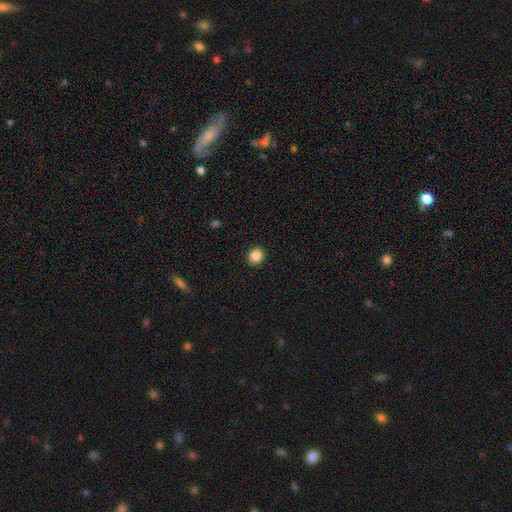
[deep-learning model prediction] Smooth or featured: smooth — 86% (star or artifact — 10%)
How rounded: round — 81% (in between — 18%)
Merging: none — 92% (minor disturbance — 5%)